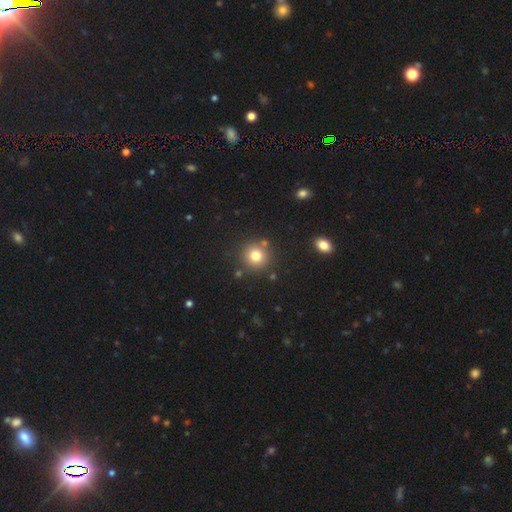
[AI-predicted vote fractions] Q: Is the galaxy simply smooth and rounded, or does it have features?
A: smooth — 78%.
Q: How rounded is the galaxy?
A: round — 94%.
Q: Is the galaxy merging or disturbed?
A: none — 84%.